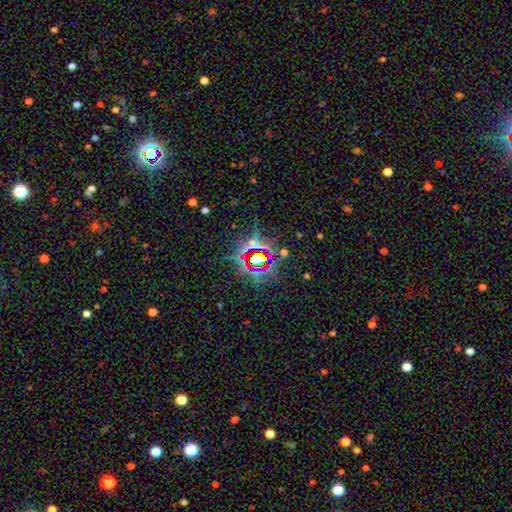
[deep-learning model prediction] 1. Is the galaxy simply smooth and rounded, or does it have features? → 79% star or artifact, 11% smooth, 10% featured or disk.